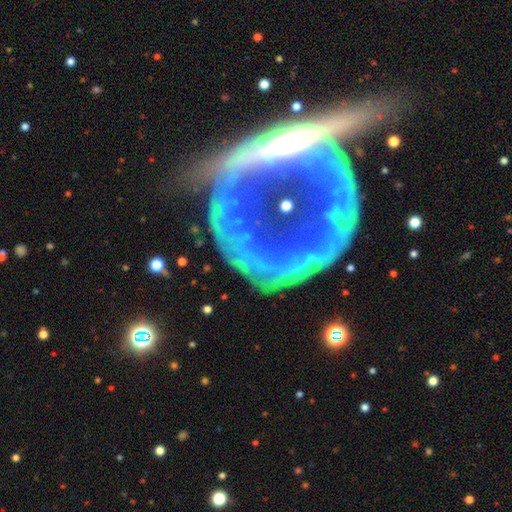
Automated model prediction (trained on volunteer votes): Smooth or featured? featured or disk (70%)
Edge-on disk? no (62%)
Merging? none (43%)